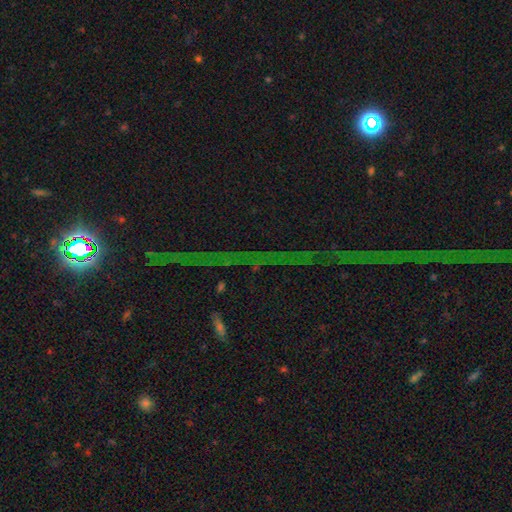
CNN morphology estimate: This appears to be a star or artifact, not a galaxy (78%).